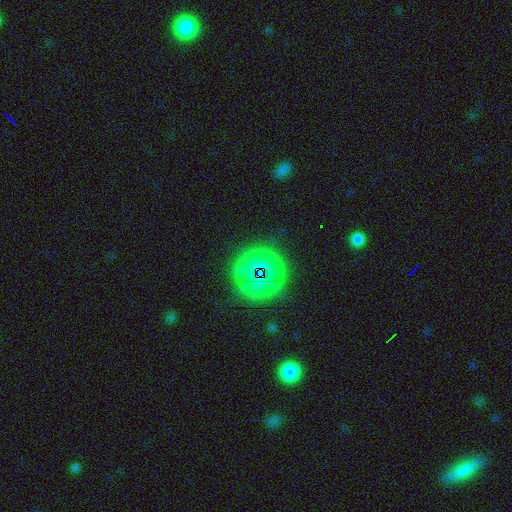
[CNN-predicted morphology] Smooth or featured: star or artifact — 79% (smooth — 14%)